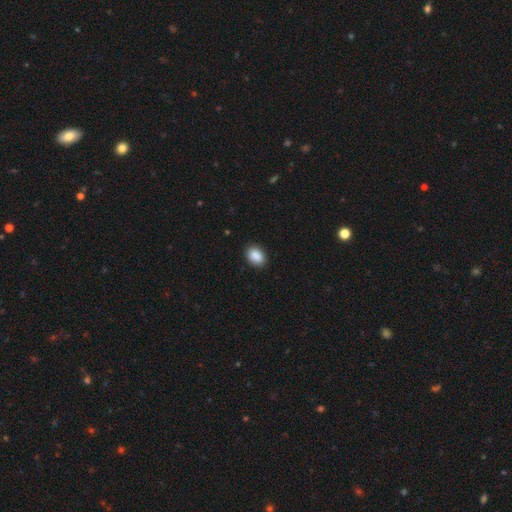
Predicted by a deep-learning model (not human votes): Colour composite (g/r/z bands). It shows a smooth galaxy with no disk features (90%) that is in between round and cigar-shaped (78%). Merging: none (89%).